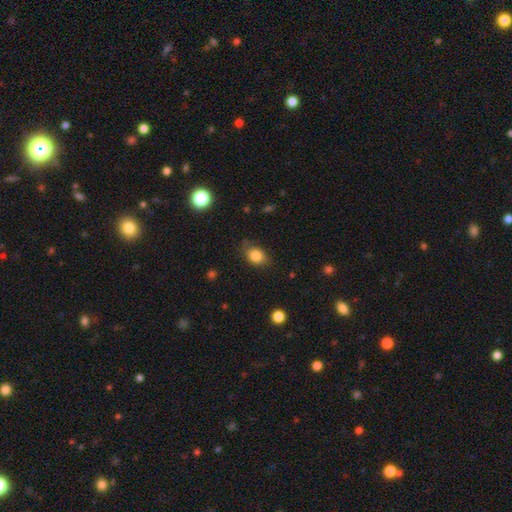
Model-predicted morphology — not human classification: Smooth or featured? smooth (83%)
How rounded? in between (65%)
Merging? none (75%)